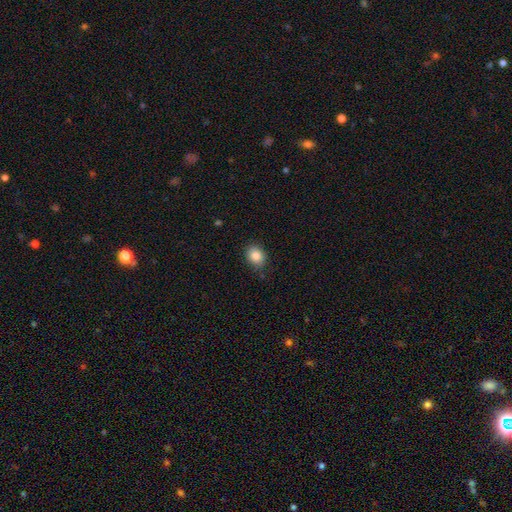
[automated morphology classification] This is clearly a smooth galaxy (85%). How rounded: possibly round (50%). Merging: clearly none (85%).